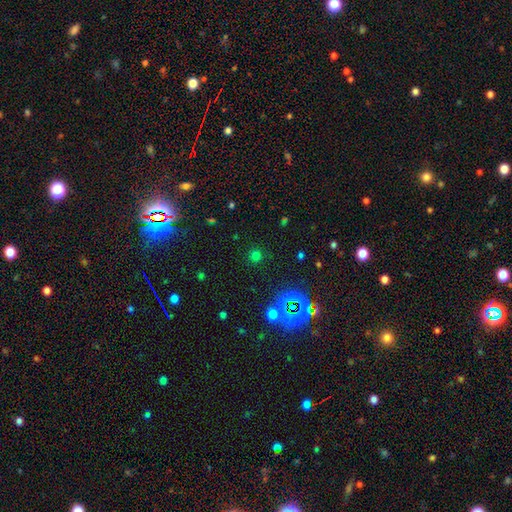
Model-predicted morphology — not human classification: Overall: smooth (61%; star or artifact 32%). How rounded: round (92%). Merging: none (87%).